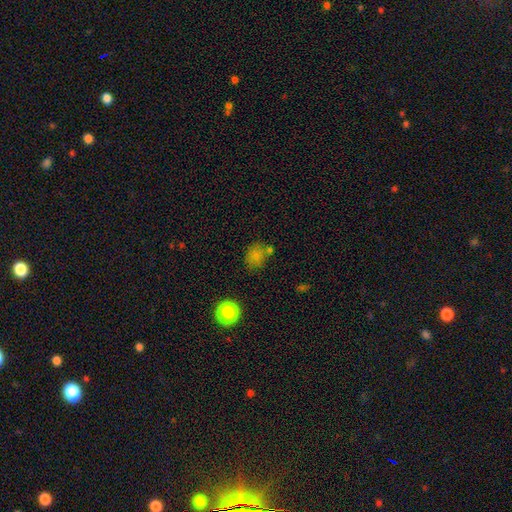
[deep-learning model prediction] Overall: smooth (75%). How rounded: round (55%; in between 43%). Merging: none (61%).